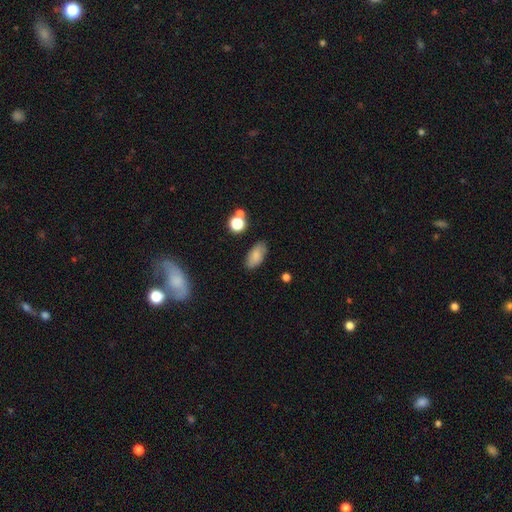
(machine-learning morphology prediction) Smooth or featured: smooth — 81% (featured or disk — 10%)
How rounded: in between — 91% (cigar-shaped — 5%)
Merging: none — 82% (minor disturbance — 13%)